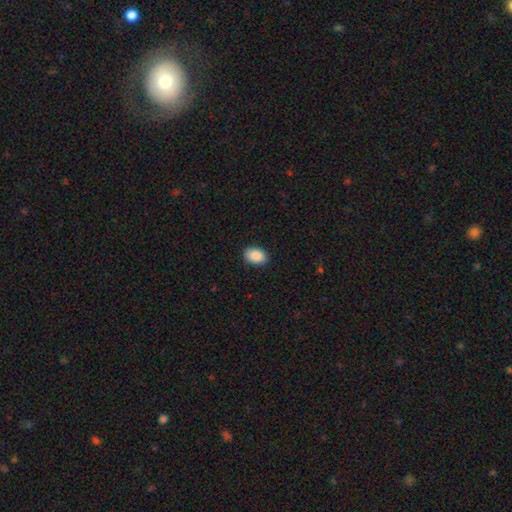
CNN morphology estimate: A smooth galaxy with no disk features (90%) that is in between round and cigar-shaped (85%).

Vote fractions:
- Smooth or featured? smooth: 90% / star or artifact: 7% / featured or disk: 3%
- How rounded? in between: 85% / round: 14% / cigar-shaped: 1%
- Merging? none: 89% / minor disturbance: 8% / major disturbance: 2% / merger: 1%